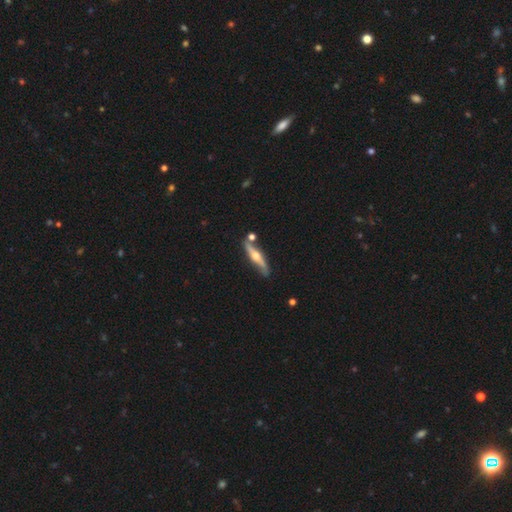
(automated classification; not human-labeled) featured or disk 68%, smooth 27%, star or artifact 5%. Down the decision tree: edge-on disk — yes (90%); edge-on bulge — rounded (93%); merging — none (75%).